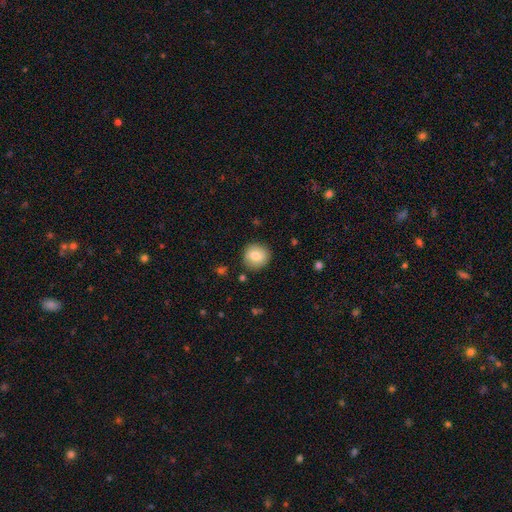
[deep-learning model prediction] Smooth or featured?
  - smooth: 78% *
  - featured or disk: 14%
  - star or artifact: 8%
How rounded?
  - round: 91% *
  - in between: 8%
  - cigar-shaped: 1%
Merging?
  - none: 87% *
  - minor disturbance: 10%
  - major disturbance: 2%
  - merger: 1%